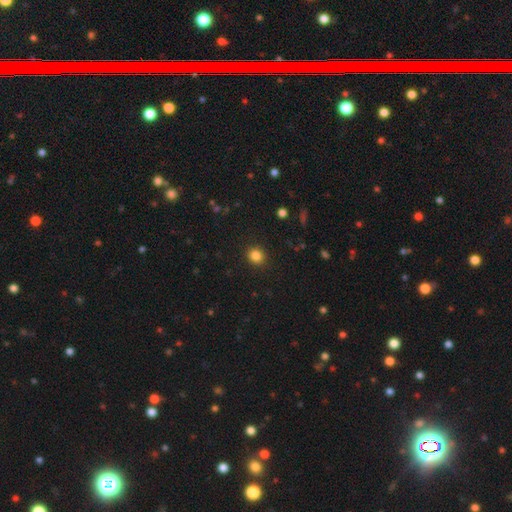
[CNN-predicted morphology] A smooth galaxy with no disk features (84%) that is round (81%).

Vote fractions:
- Smooth or featured? smooth: 84% / star or artifact: 12% / featured or disk: 4%
- How rounded? round: 81% / in between: 18% / cigar-shaped: 1%
- Merging? none: 91% / minor disturbance: 6% / major disturbance: 2% / merger: 1%